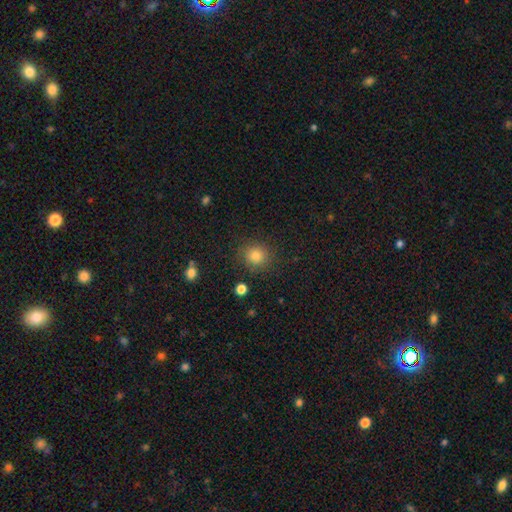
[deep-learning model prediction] Smooth or featured?
  - smooth: 82% *
  - star or artifact: 12%
  - featured or disk: 5%
How rounded?
  - round: 86% *
  - in between: 13%
  - cigar-shaped: 1%
Merging?
  - none: 87% *
  - minor disturbance: 8%
  - major disturbance: 3%
  - merger: 2%